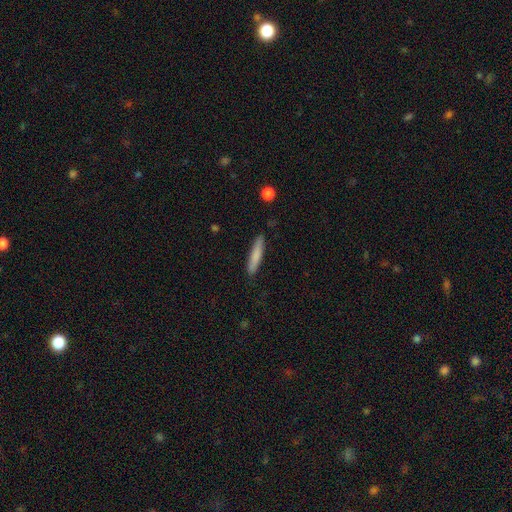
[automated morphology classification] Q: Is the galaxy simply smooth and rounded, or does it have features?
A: smooth — 79%.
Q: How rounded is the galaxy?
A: cigar-shaped — 90%.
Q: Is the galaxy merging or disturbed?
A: none — 87%.